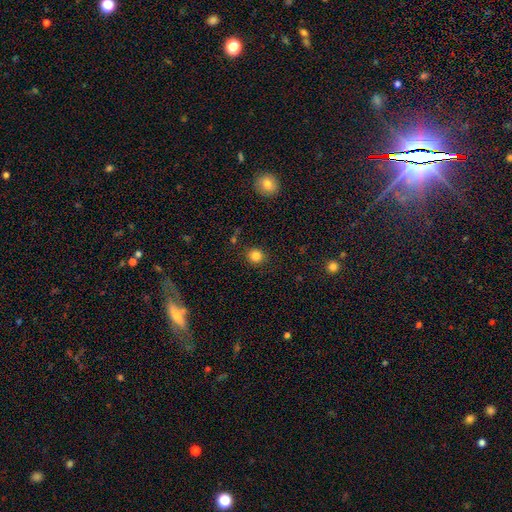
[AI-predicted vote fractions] Smooth or featured: smooth — 84% (star or artifact — 12%)
How rounded: round — 88% (in between — 11%)
Merging: none — 88% (minor disturbance — 7%)